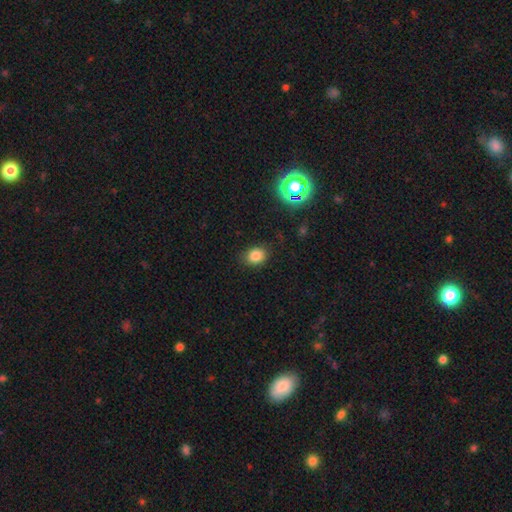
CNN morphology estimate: This is clearly a smooth galaxy (80%). How rounded: possibly round (53%). Merging: clearly none (83%).